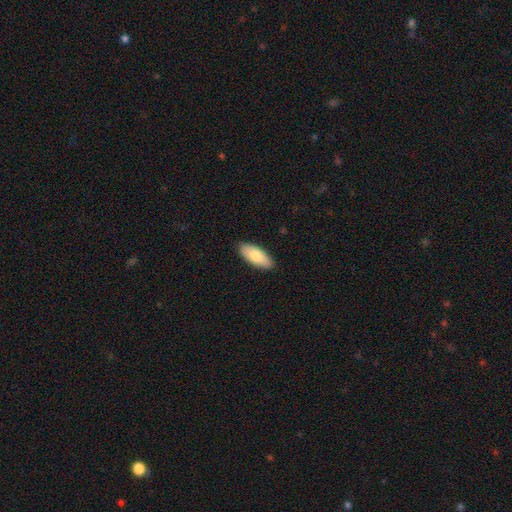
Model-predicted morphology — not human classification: Smooth or featured? smooth (77%)
How rounded? in between (85%)
Merging? none (88%)